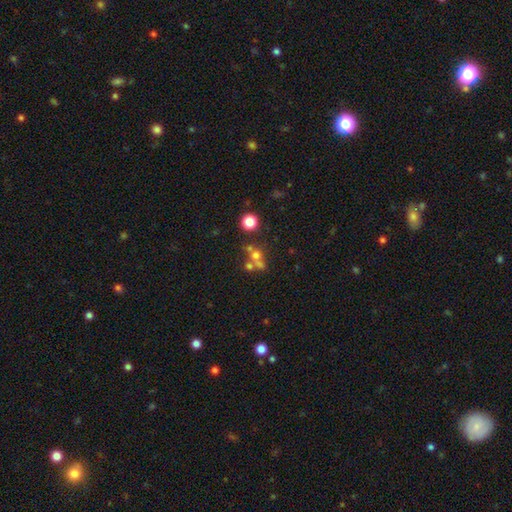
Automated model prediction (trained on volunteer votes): Q: Smooth or featured?
A: smooth (56%); runner-up: featured or disk (23%)
Q: How rounded?
A: round (81%); runner-up: in between (18%)
Q: Merging?
A: merger (45%); runner-up: none (40%)